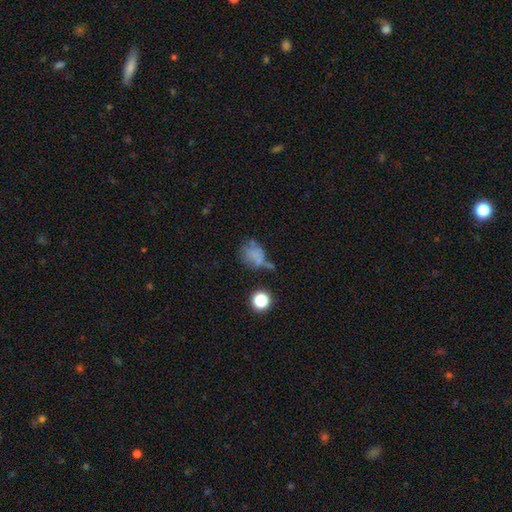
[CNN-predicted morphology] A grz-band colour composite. It shows a smooth galaxy with no disk features (59%) that is round (50%). Merging: none (36%).